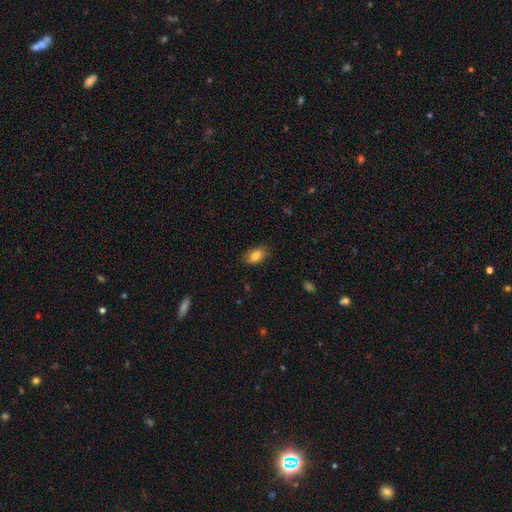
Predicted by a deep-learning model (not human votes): Smooth or featured? smooth (83%)
How rounded? in between (90%)
Merging? none (83%)